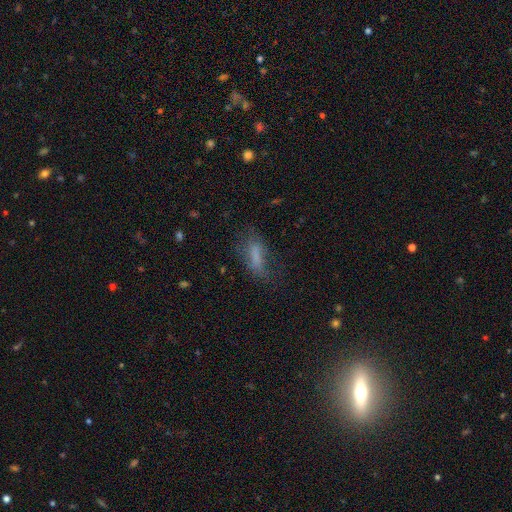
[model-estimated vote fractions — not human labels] This appears to be a smooth galaxy with no disk features (66%) that is in between round and cigar-shaped (62%). Merging: none (50%).